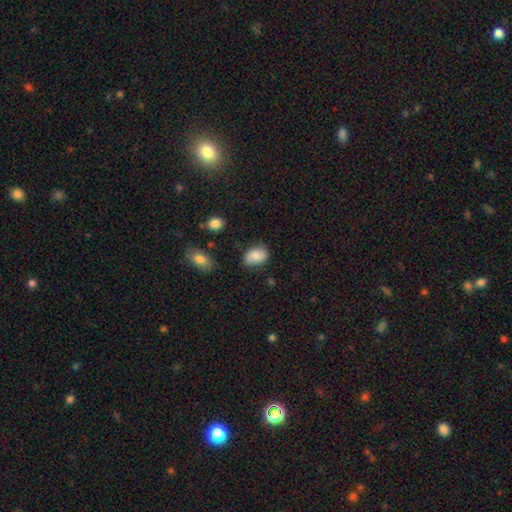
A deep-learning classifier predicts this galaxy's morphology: This appears to be a smooth galaxy with no disk features (83%) that is in between round and cigar-shaped (83%). Merging: none (73%).